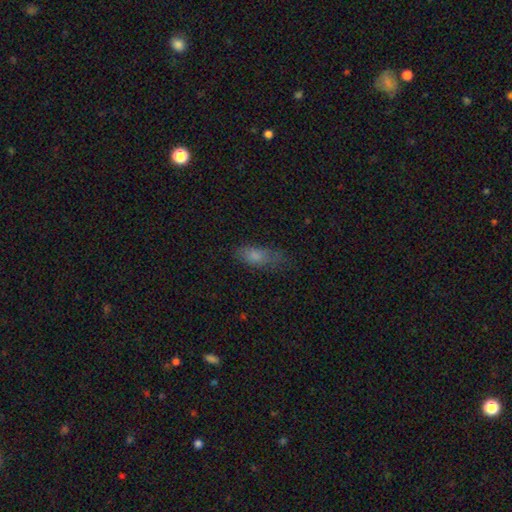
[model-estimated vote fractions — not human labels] Smooth or featured? Predicted: smooth (p=0.76). How rounded? Predicted: in between (p=0.75). Merging? Predicted: none (p=0.54).